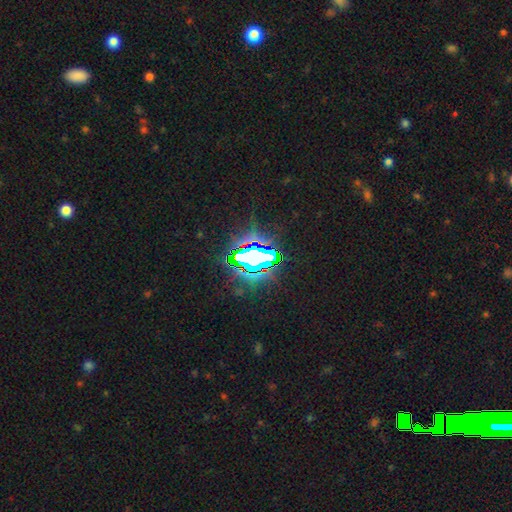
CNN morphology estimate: This is likely a star or artifact rather than a galaxy (76%).